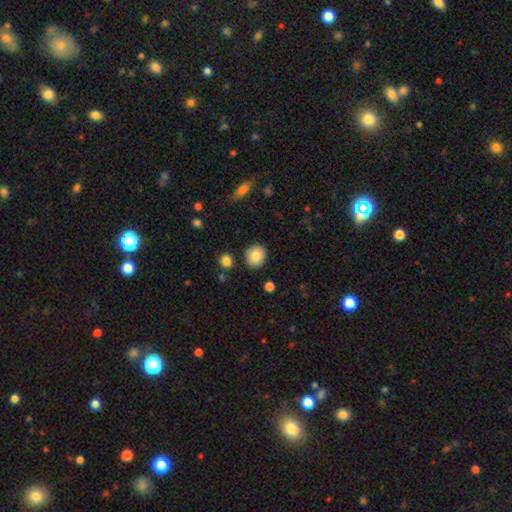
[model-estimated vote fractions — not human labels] Q: Smooth or featured?
A: smooth (85%); runner-up: star or artifact (8%)
Q: How rounded?
A: round (79%); runner-up: in between (20%)
Q: Merging?
A: none (88%); runner-up: minor disturbance (7%)